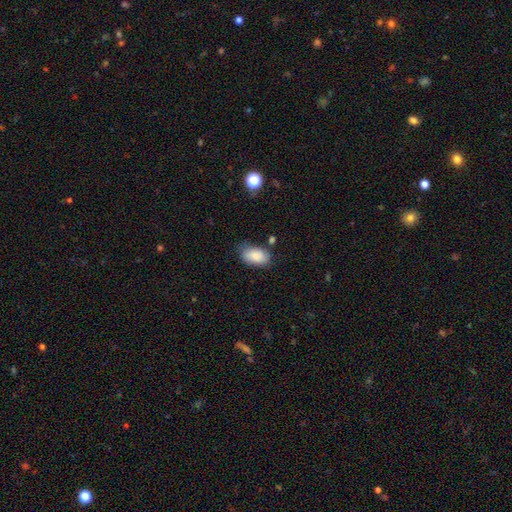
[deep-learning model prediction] This appears to be a smooth galaxy with no disk features (85%) that is in between round and cigar-shaped (92%). Merging: none (67%).